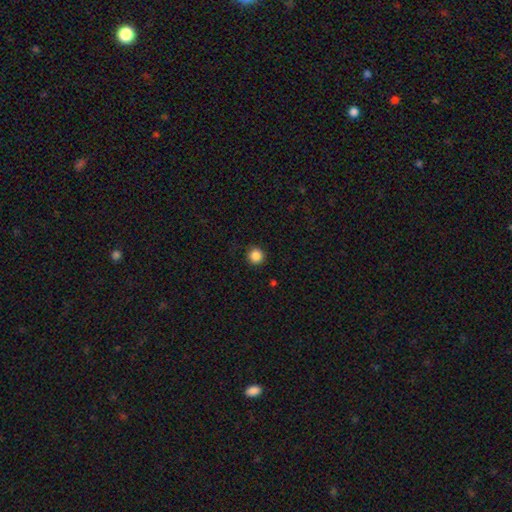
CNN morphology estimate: smooth_or_featured: smooth (p=0.87) [alt: star or artifact p=0.10]
how_rounded: round (p=0.95) [alt: in between p=0.04]
merging: none (p=0.91) [alt: minor disturbance p=0.06]